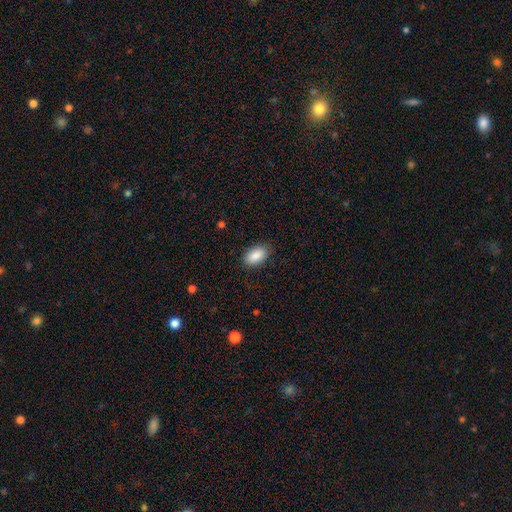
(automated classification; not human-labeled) Smooth or featured? Predicted: smooth (p=0.89). How rounded? Predicted: in between (p=0.93). Merging? Predicted: none (p=0.85).